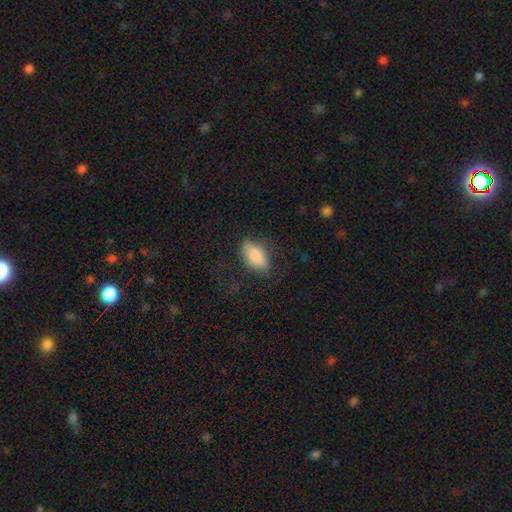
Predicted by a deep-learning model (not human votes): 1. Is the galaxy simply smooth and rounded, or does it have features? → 81% smooth, 12% featured or disk, 7% star or artifact.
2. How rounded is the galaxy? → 89% in between, 7% cigar-shaped, 4% round.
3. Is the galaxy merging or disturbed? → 70% none, 20% minor disturbance, 9% major disturbance, 1% merger.